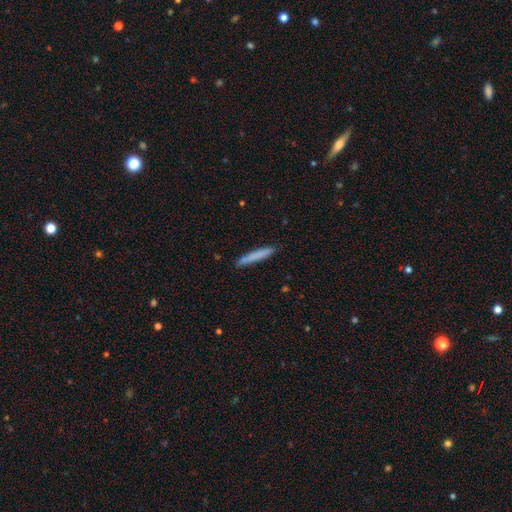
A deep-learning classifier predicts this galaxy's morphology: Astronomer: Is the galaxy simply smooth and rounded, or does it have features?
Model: smooth — 77%.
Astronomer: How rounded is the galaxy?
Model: cigar-shaped — 95%.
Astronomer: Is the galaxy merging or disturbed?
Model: none — 88%.